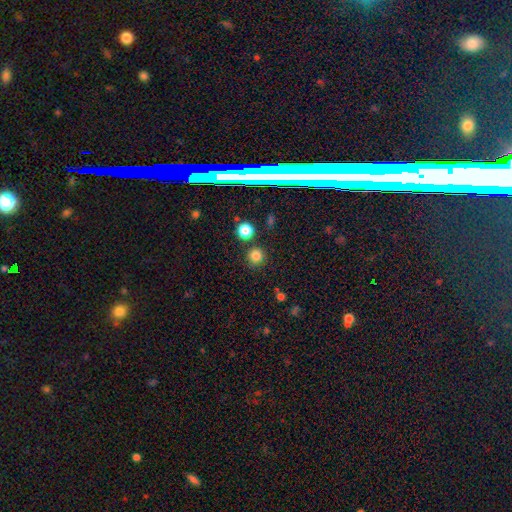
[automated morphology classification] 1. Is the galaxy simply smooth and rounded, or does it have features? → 78% smooth, 17% star or artifact, 5% featured or disk.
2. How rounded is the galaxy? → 91% round, 8% in between, 1% cigar-shaped.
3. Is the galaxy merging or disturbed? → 84% none, 7% minor disturbance, 6% merger, 3% major disturbance.